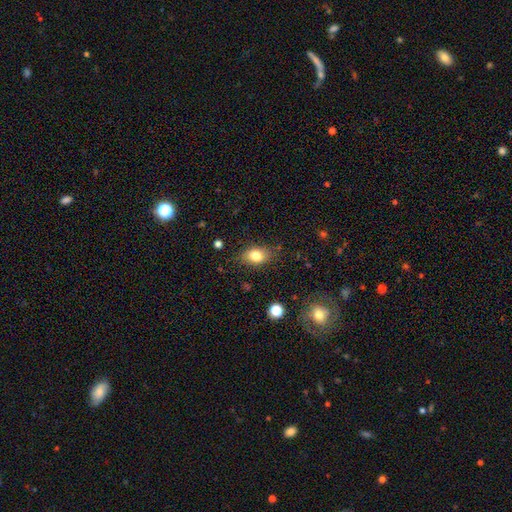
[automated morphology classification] smooth-or-featured: smooth: 81% | featured or disk: 10% | star or artifact: 9%
  how-rounded: in between: 76% | round: 22% | cigar-shaped: 2%
  merging: none: 80% | minor disturbance: 15% | major disturbance: 4% | merger: 1%